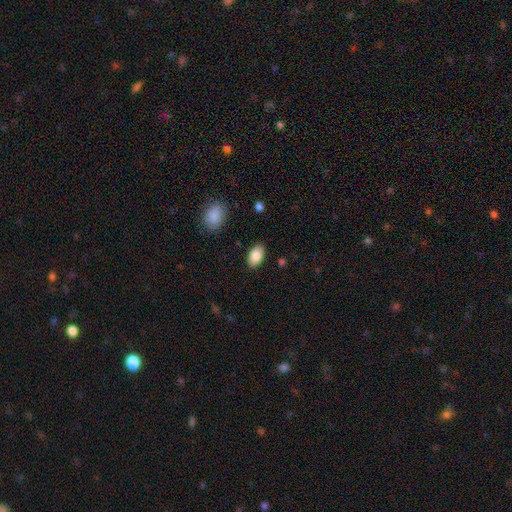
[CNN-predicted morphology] Overall: smooth (86%). How rounded: in between (92%). Merging: none (87%).